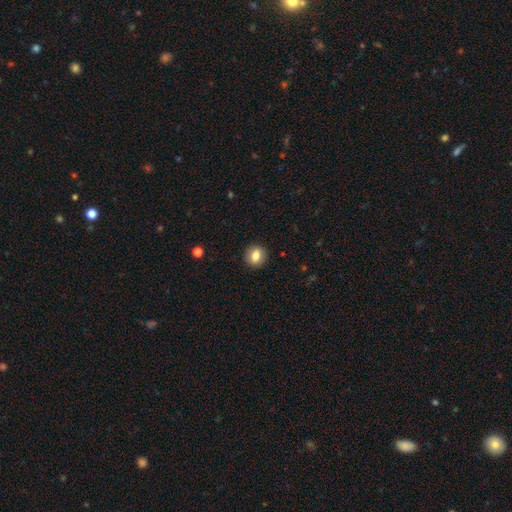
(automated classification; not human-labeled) smooth-or-featured: smooth: 81% | featured or disk: 10% | star or artifact: 9%
  how-rounded: round: 76% | in between: 23% | cigar-shaped: 1%
  merging: none: 91% | minor disturbance: 6% | major disturbance: 2% | merger: 1%